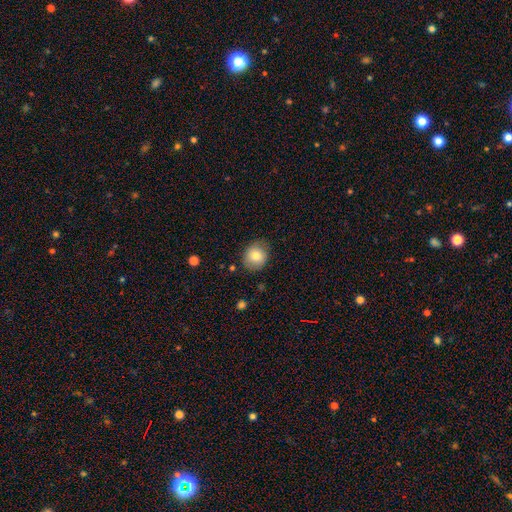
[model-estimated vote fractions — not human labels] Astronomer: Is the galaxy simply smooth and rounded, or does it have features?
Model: smooth — 79%.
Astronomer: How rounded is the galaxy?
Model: round — 72%.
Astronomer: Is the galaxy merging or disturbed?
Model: none — 80%.